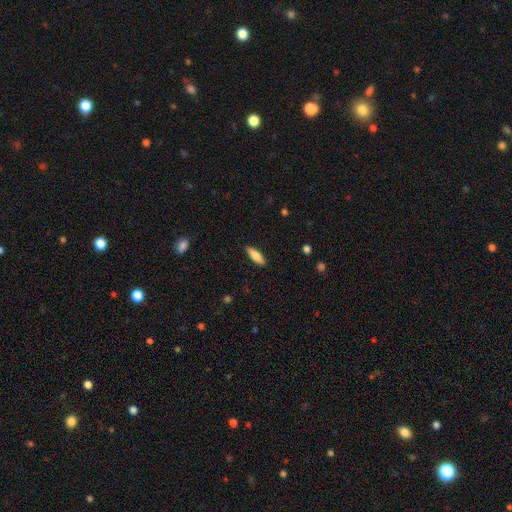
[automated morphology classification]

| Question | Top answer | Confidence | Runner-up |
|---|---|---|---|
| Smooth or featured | smooth | 77% | featured or disk (17%) |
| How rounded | in between | 51% | cigar-shaped (47%) |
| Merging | none | 89% | minor disturbance (8%) |